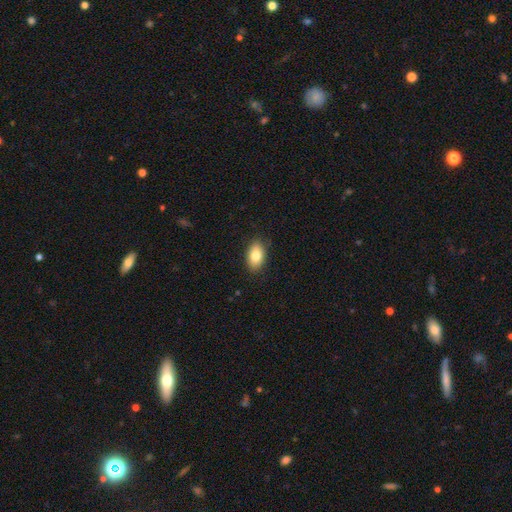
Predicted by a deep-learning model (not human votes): smooth 81%, featured or disk 12%, star or artifact 8%. Down the decision tree: how rounded — in between (90%); merging — none (87%).